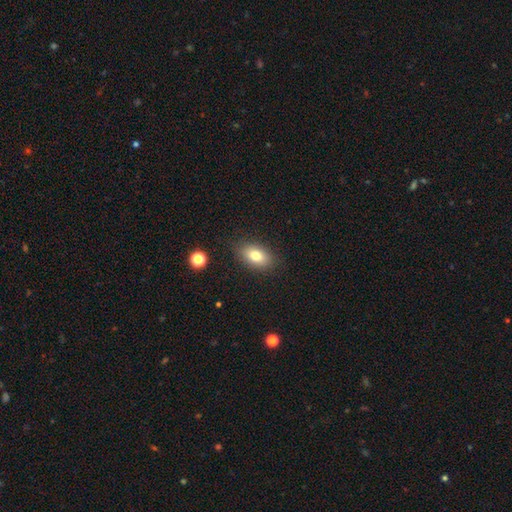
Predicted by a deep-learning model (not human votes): Morphology: type=smooth (79%); roundness=in between (87%); merging=none (84%).